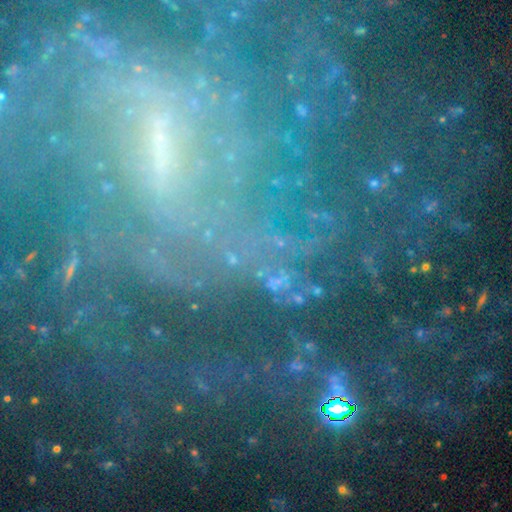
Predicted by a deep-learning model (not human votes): A star or artifact, not a galaxy (50%).